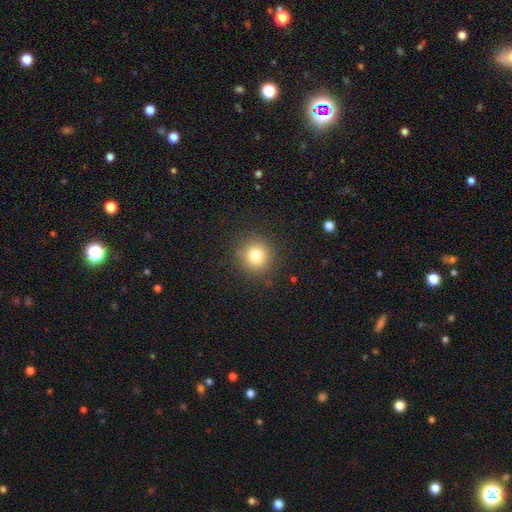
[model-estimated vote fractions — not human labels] Smooth or featured? smooth (78%)
How rounded? round (93%)
Merging? none (89%)